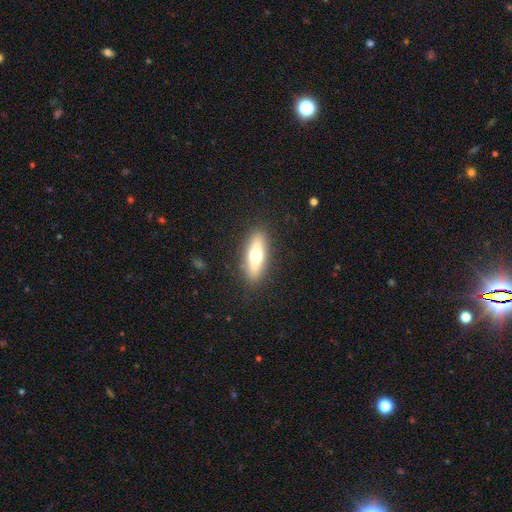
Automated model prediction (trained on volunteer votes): smooth_or_featured: smooth (p=0.57) [alt: featured or disk p=0.35]
how_rounded: in between (p=0.56) [alt: cigar-shaped p=0.40]
merging: none (p=0.88) [alt: minor disturbance p=0.08]